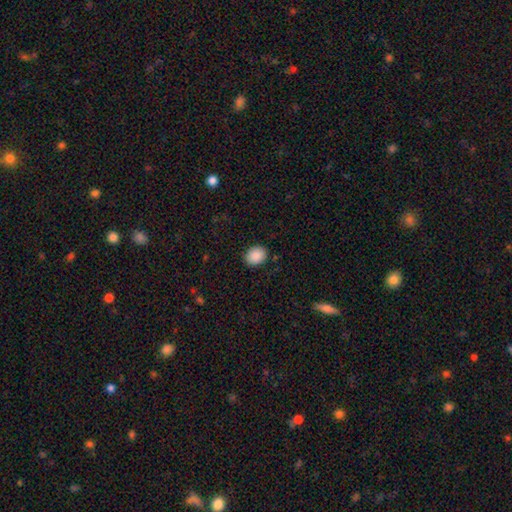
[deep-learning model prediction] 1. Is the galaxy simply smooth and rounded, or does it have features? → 90% smooth, 8% star or artifact, 3% featured or disk.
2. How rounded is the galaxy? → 50% in between, 49% round, 1% cigar-shaped.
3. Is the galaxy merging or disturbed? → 88% none, 8% minor disturbance, 2% major disturbance, 1% merger.